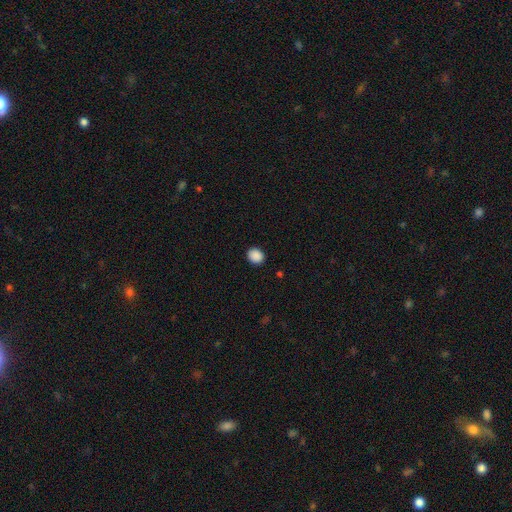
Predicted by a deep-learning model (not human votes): Morphology: type=smooth (89%); roundness=round (67%); merging=none (91%).